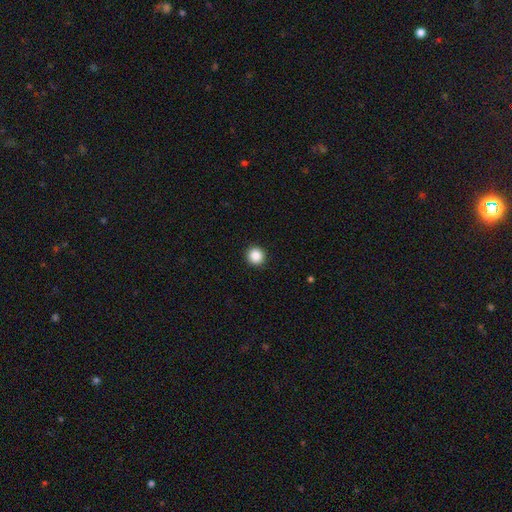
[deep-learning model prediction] Morphology: type=smooth (88%); roundness=round (94%); merging=none (93%).